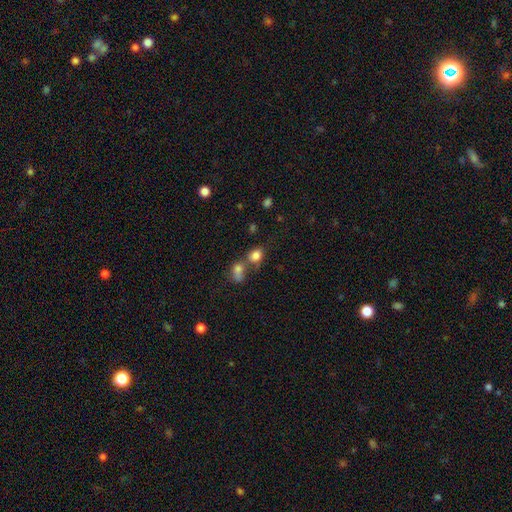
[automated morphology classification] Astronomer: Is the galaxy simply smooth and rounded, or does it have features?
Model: smooth — 80%.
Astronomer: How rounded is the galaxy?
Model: in between — 54% (runner-up: round, 45%).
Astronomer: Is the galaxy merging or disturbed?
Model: none — 43% (runner-up: merger, 41%).